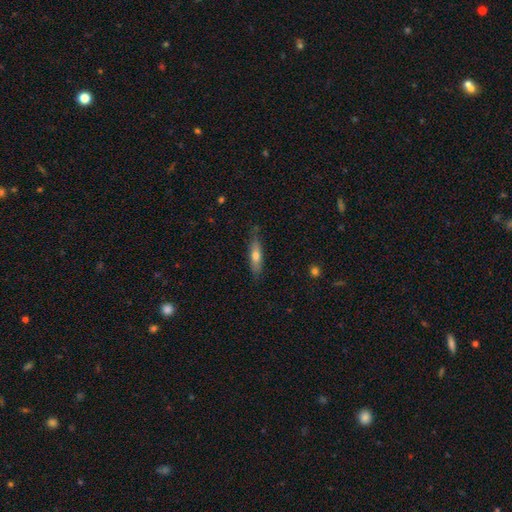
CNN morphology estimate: smooth 64%, featured or disk 30%, star or artifact 6%. Down the decision tree: how rounded — cigar-shaped (62%); merging — none (77%).